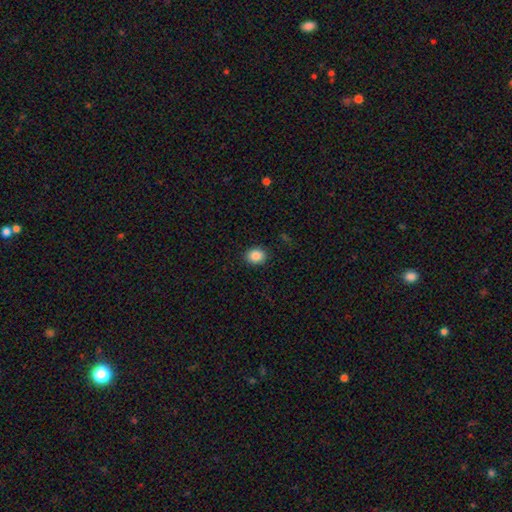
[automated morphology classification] Smooth or featured? Predicted: smooth (p=0.87). How rounded? Predicted: round (p=0.60). Merging? Predicted: none (p=0.90).